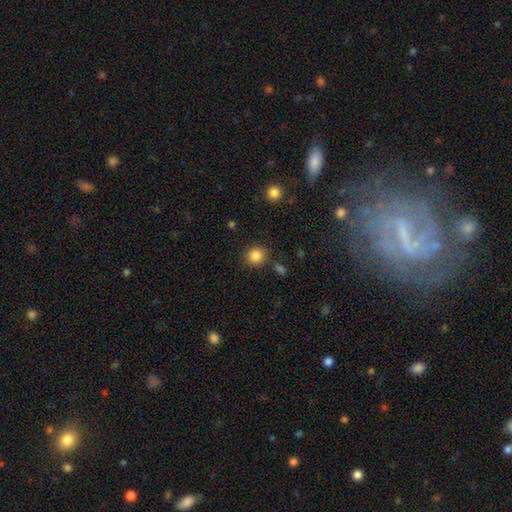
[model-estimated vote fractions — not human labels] smooth-or-featured: smooth: 86% | star or artifact: 10% | featured or disk: 4%
  how-rounded: round: 88% | in between: 11% | cigar-shaped: 1%
  merging: none: 85% | minor disturbance: 8% | merger: 4% | major disturbance: 3%